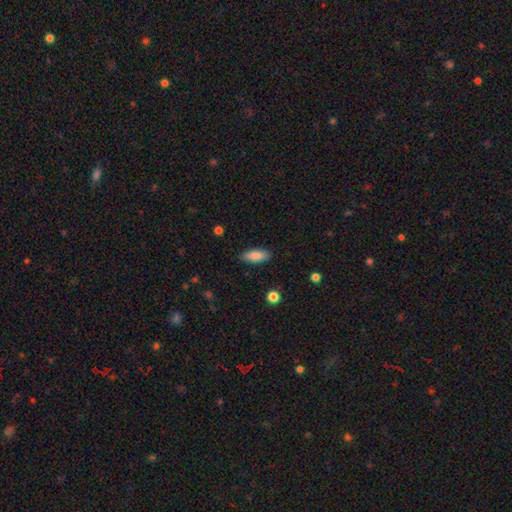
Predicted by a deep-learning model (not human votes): smooth-or-featured: smooth: 86% | featured or disk: 8% | star or artifact: 6%
  how-rounded: in between: 73% | cigar-shaped: 25% | round: 2%
  merging: none: 87% | minor disturbance: 9% | major disturbance: 2% | merger: 1%